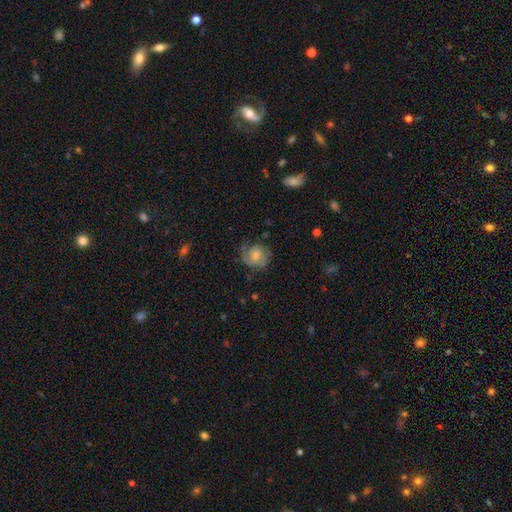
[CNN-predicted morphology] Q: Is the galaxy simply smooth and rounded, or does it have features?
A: featured or disk — 78%.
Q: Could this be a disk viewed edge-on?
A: no — 98%.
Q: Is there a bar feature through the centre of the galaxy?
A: no — 66%.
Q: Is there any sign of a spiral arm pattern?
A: yes — 95%.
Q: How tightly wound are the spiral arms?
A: tight — 48%.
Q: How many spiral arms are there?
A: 2 — 54%.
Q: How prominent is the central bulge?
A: small — 49%.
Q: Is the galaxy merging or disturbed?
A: none — 69%.